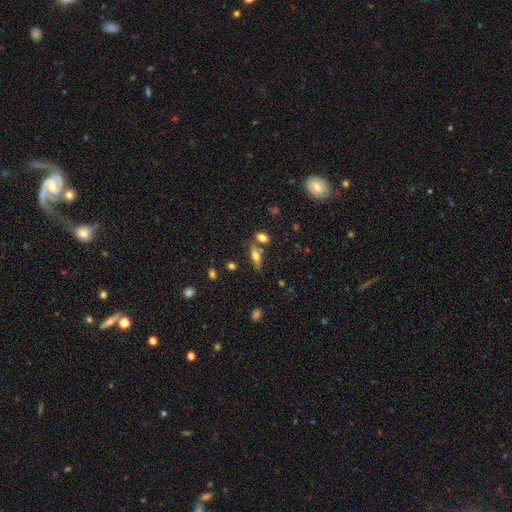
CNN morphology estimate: This appears to be a smooth galaxy with no disk features (57%) that is in between round and cigar-shaped (58%). Merging: none (63%).